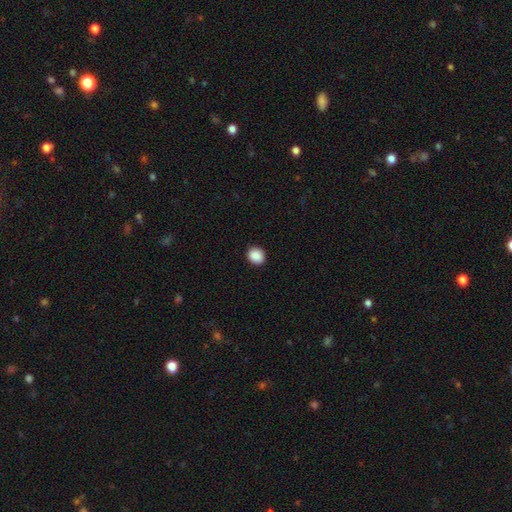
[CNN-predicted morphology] Overall: smooth (90%). How rounded: round (71%). Merging: none (91%).